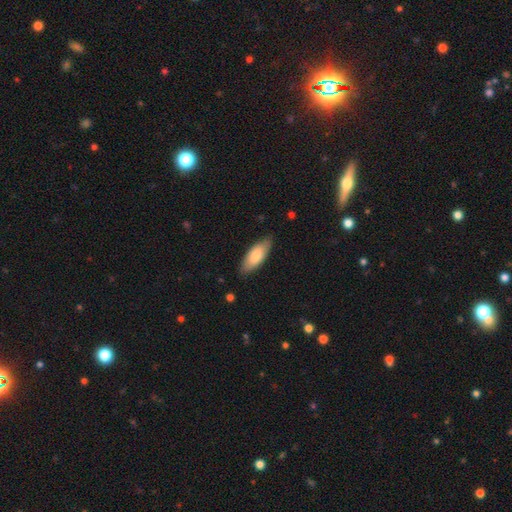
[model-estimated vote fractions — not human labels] This is likely a smooth galaxy (80%). How rounded: likely in between (76%). Merging: clearly none (82%).